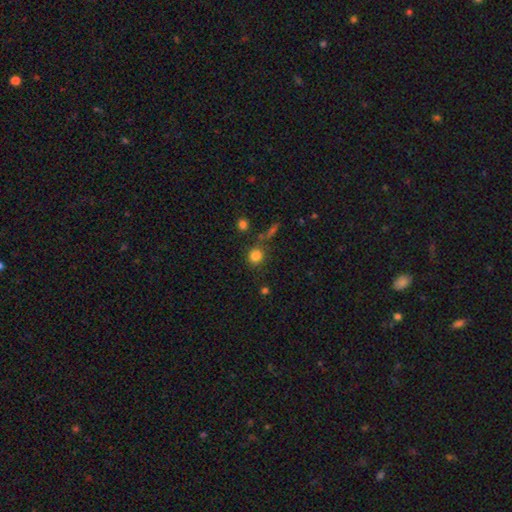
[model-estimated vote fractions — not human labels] This appears to be a smooth galaxy with no disk features (82%) that is round (86%). Merging: none (75%).